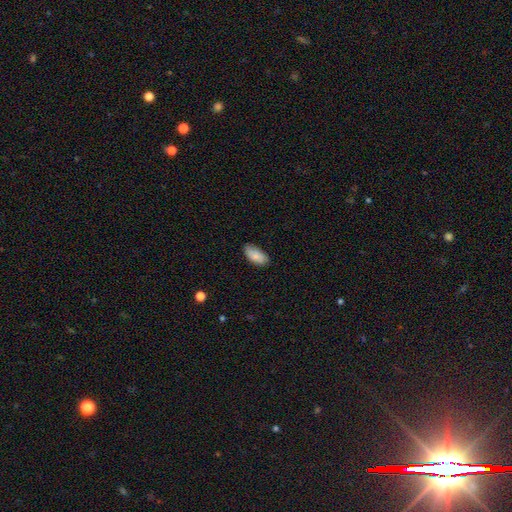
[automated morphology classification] This appears to be a smooth galaxy with no disk features (85%) that is in between round and cigar-shaped (92%). Merging: none (78%).